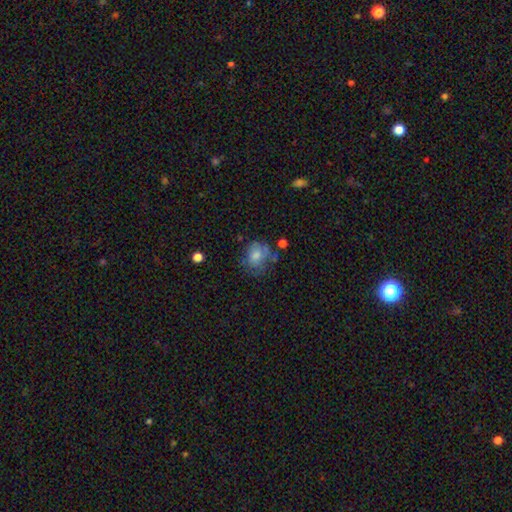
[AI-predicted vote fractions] A smooth galaxy with no disk features (67%) that is round (65%).

Vote fractions:
- Smooth or featured? smooth: 67% / featured or disk: 22% / star or artifact: 11%
- How rounded? round: 65% / in between: 34% / cigar-shaped: 1%
- Merging? none: 52% / minor disturbance: 26% / major disturbance: 14% / merger: 8%